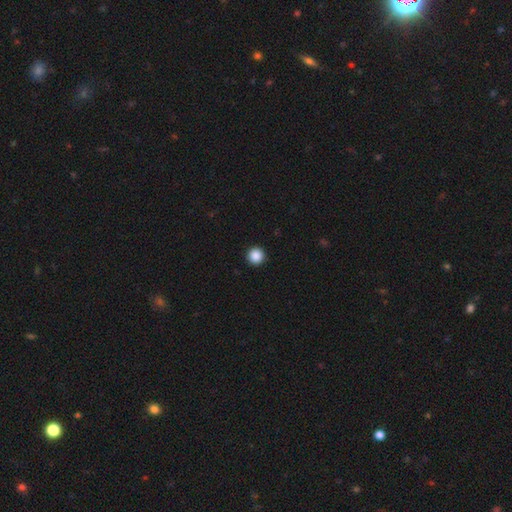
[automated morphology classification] A smooth galaxy with no disk features (88%) that is round (97%). Merging: none (94%).